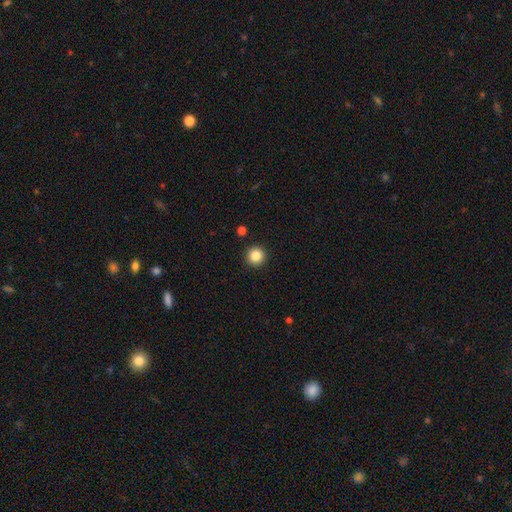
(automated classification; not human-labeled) The model was most divided on "smooth or featured": smooth: 85%, star or artifact: 10%, featured or disk: 4%. More confident: how rounded — round (96%); merging — none (92%).